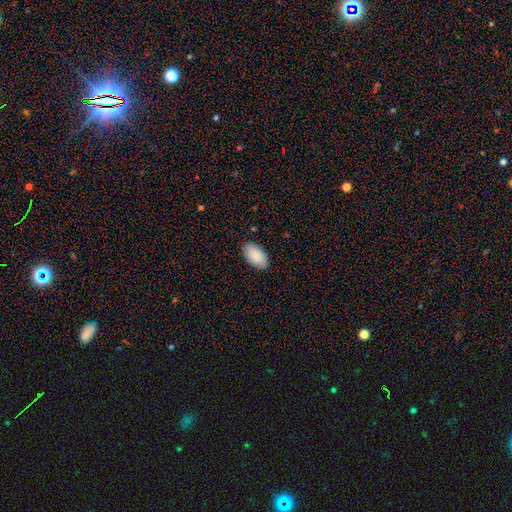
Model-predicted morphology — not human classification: Overall: smooth (90%). How rounded: in between (96%). Merging: none (87%).